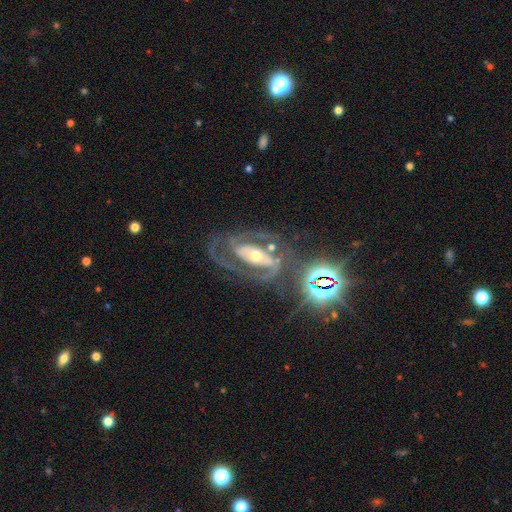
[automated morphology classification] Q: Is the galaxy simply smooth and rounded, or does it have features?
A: featured or disk — 85%.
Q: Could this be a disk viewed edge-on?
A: no — 96%.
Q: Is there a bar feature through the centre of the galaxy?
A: strong — 42%.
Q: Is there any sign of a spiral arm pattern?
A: yes — 93%.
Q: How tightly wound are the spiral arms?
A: medium — 48%.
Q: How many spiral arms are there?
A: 2 — 80%.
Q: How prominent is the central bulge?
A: moderate — 54%.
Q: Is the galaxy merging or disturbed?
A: none — 62%.